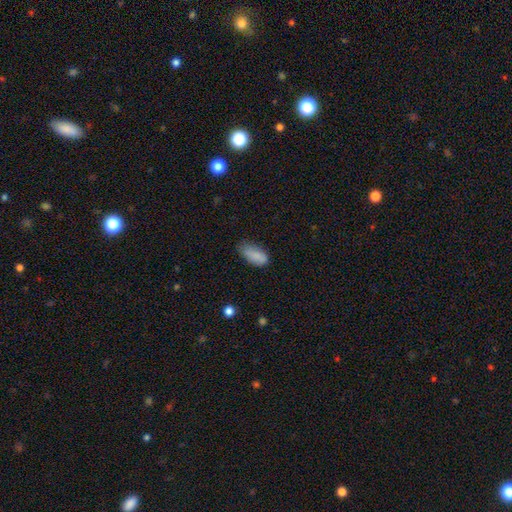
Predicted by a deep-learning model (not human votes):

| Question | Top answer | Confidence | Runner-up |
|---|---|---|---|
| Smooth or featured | smooth | 85% | star or artifact (8%) |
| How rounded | in between | 91% | cigar-shaped (7%) |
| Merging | none | 58% | minor disturbance (33%) |